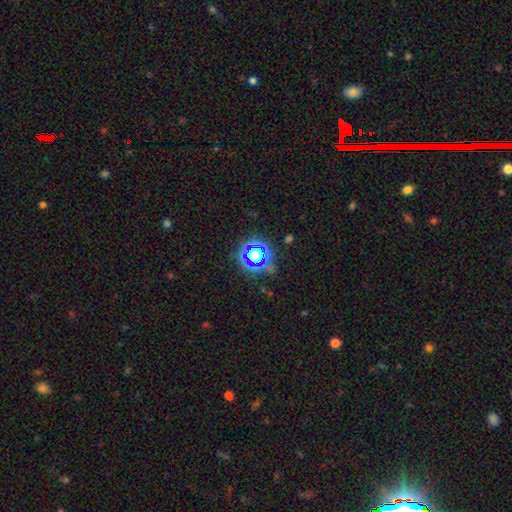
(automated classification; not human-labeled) Overall: star or artifact (65%).